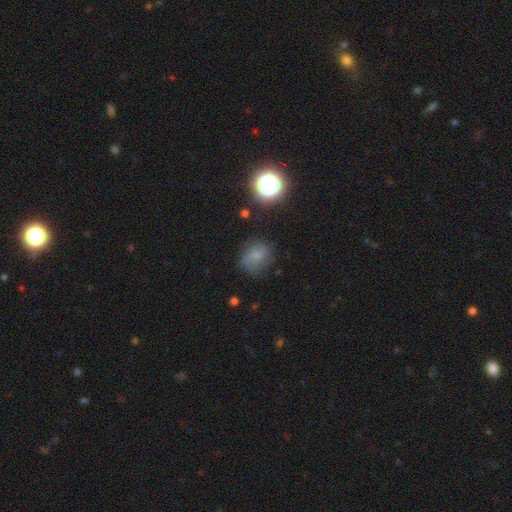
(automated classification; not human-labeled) Smooth or featured: smooth — 64% (featured or disk — 19%)
How rounded: round — 57% (in between — 42%)
Merging: none — 57% (minor disturbance — 27%)